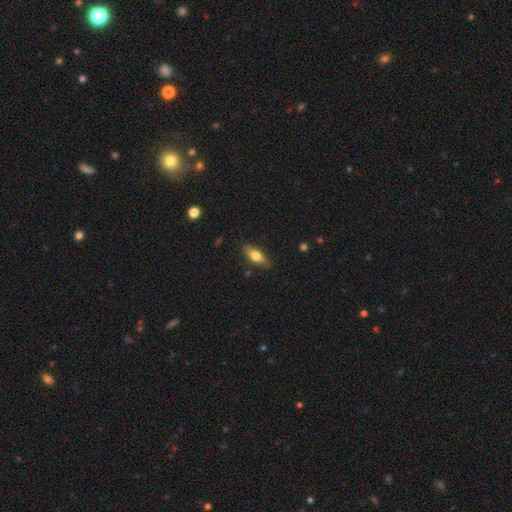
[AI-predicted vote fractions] This appears to be a smooth galaxy with no disk features (68%) that is in between round and cigar-shaped (70%). Merging: none (85%).